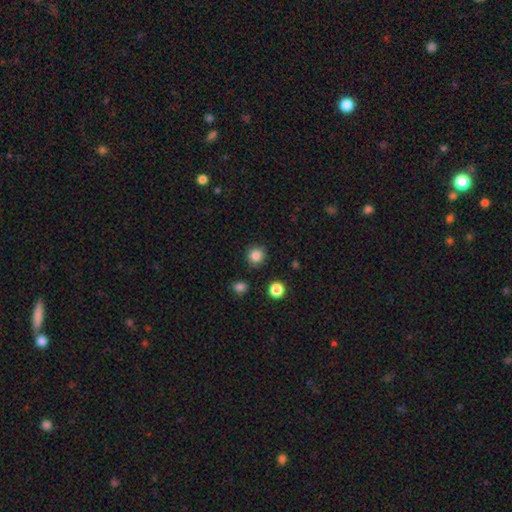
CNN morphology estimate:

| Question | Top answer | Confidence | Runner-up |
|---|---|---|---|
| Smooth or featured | smooth | 85% | star or artifact (11%) |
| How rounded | round | 93% | in between (7%) |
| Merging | none | 89% | minor disturbance (7%) |